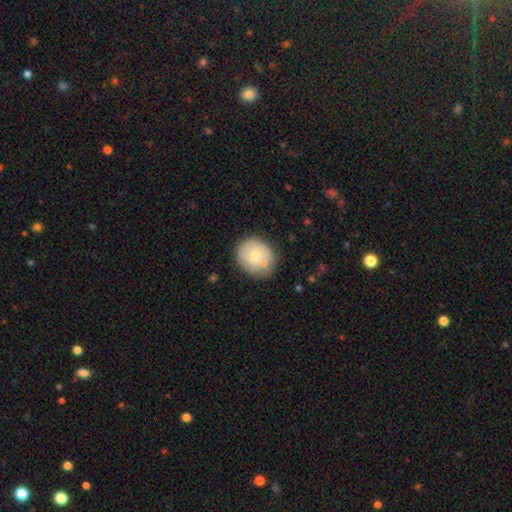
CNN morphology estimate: type=smooth (70%); roundness=round (81%); merging=none (64%).